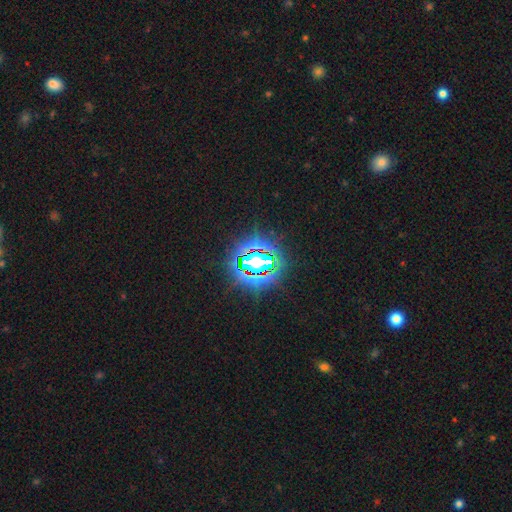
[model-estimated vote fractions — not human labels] smooth_or_featured: star or artifact (p=0.75) [alt: smooth p=0.14]